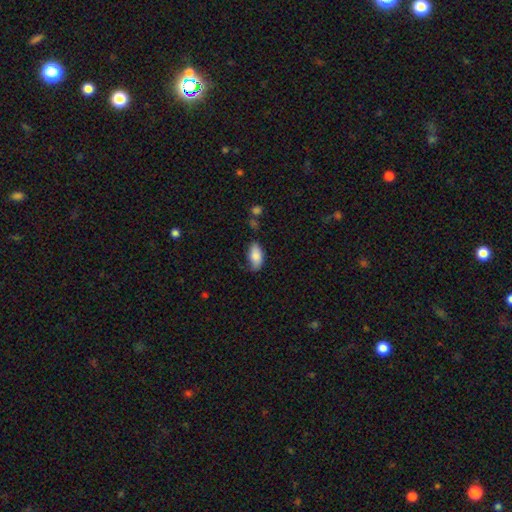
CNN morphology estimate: Smooth or featured? smooth (85%)
How rounded? in between (92%)
Merging? none (64%)